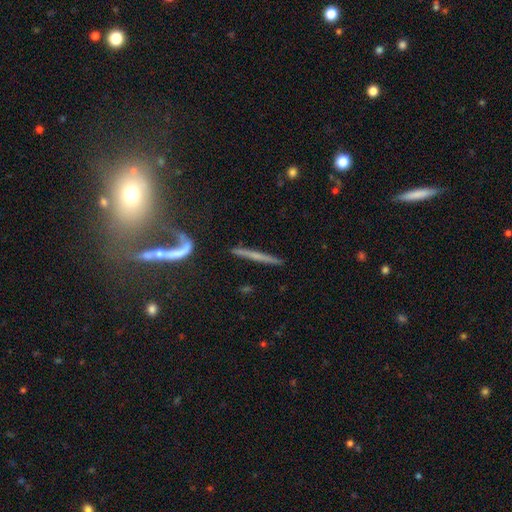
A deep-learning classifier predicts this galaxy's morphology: Smooth or featured? featured or disk (62%)
Edge-on disk? yes (90%)
Edge-on bulge? none (61%)
Merging? none (79%)